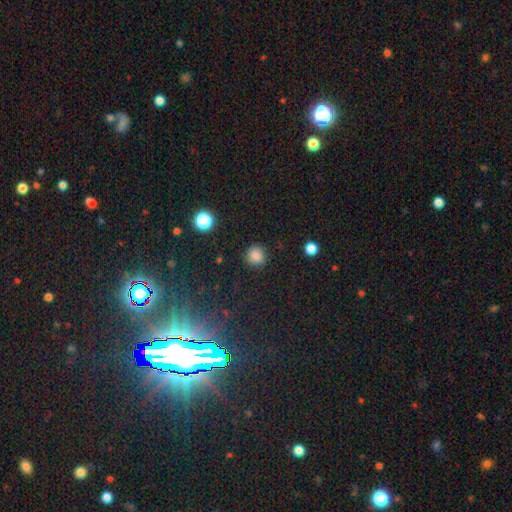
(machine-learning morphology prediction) This is clearly a smooth galaxy (83%). How rounded: clearly round (91%). Merging: clearly none (86%).